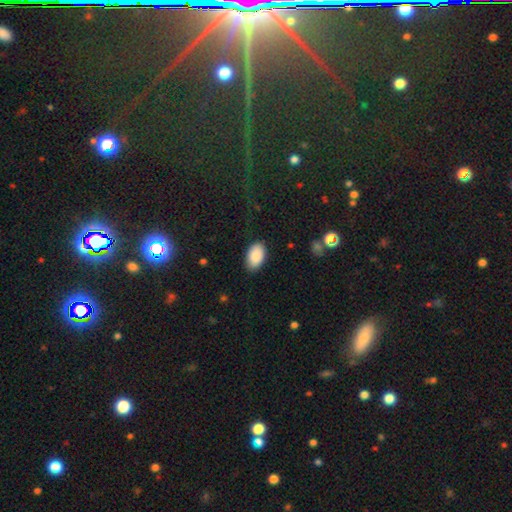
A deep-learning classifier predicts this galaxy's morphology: A smooth galaxy with no disk features (90%) that is in between round and cigar-shaped (94%).

Vote fractions:
- Smooth or featured? smooth: 90% / star or artifact: 6% / featured or disk: 4%
- How rounded? in between: 94% / round: 5% / cigar-shaped: 1%
- Merging? none: 86% / minor disturbance: 11% / major disturbance: 2% / merger: 1%